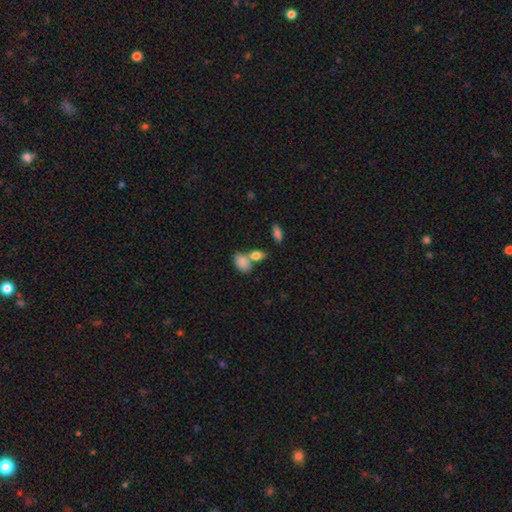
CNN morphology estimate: A smooth galaxy with no disk features (83%) that is in between round and cigar-shaped (86%).

Vote fractions:
- Smooth or featured? smooth: 83% / featured or disk: 9% / star or artifact: 8%
- How rounded? in between: 86% / round: 11% / cigar-shaped: 3%
- Merging? merger: 44% / none: 40% / minor disturbance: 11% / major disturbance: 4%